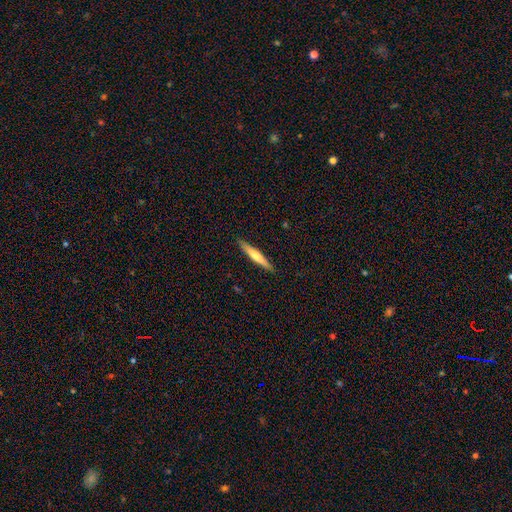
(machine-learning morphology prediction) This is possibly a smooth galaxy (50%). Merging: clearly none (91%).